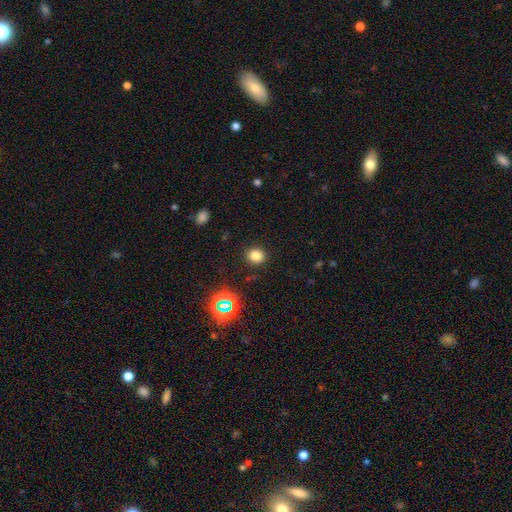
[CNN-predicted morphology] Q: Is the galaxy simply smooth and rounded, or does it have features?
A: smooth — 78%.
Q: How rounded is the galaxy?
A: round — 72%.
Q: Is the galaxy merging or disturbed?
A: none — 89%.